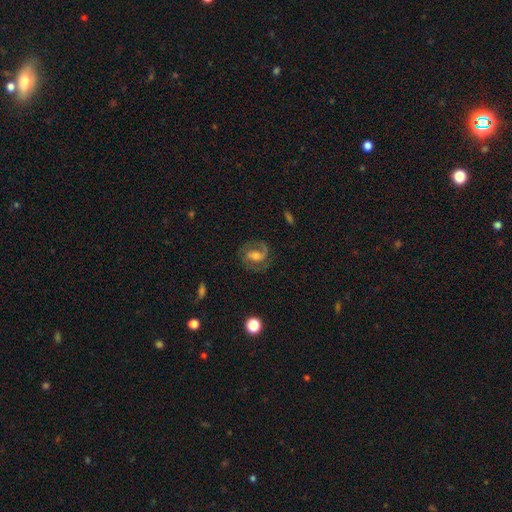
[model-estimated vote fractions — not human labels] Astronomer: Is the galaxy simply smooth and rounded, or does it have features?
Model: featured or disk — 81%.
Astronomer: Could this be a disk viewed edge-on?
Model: no — 97%.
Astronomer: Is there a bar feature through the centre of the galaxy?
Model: weak — 48% (runner-up: no, 32%).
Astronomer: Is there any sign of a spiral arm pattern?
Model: yes — 94%.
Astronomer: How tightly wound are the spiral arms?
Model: medium — 53% (runner-up: tight, 28%).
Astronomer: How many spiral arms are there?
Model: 2 — 77%.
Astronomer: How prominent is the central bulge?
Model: moderate — 57%.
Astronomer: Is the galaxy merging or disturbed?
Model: none — 74%.